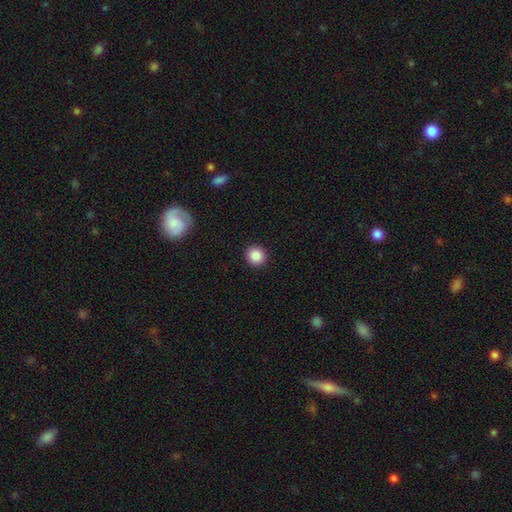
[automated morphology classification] type=smooth (87%); roundness=round (90%); merging=none (93%).